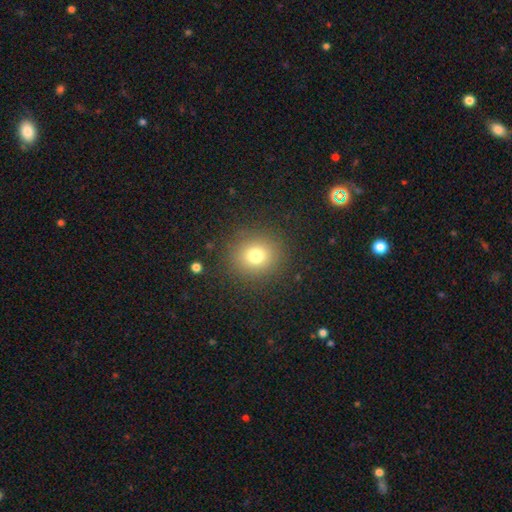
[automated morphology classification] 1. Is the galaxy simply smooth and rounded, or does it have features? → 76% smooth, 15% star or artifact, 9% featured or disk.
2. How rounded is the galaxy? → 88% round, 11% in between, 1% cigar-shaped.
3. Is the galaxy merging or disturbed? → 89% none, 7% minor disturbance, 4% major disturbance, 1% merger.